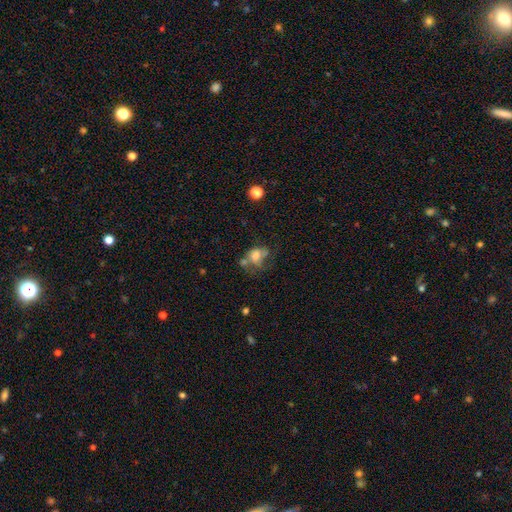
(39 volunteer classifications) smooth 46% (tied), featured or disk 46% (tied), star or artifact 8%. Down the decision tree: how rounded — in between (72%); merging — none (33%).